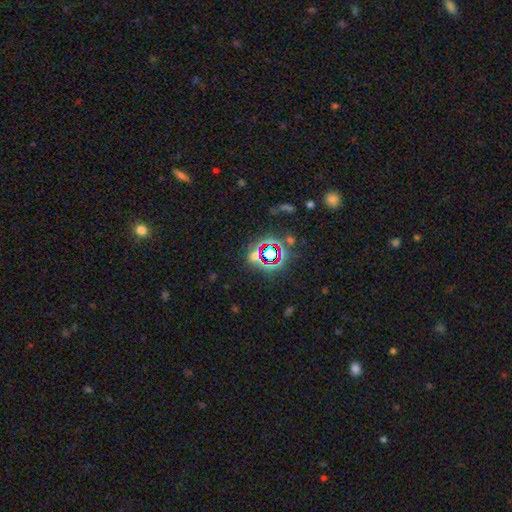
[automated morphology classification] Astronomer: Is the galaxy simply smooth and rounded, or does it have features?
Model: star or artifact — 67%.